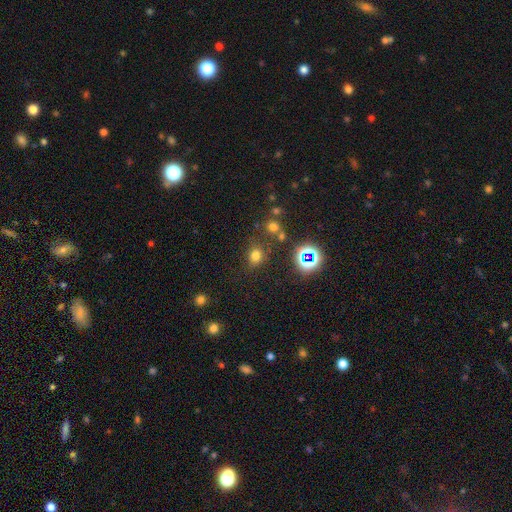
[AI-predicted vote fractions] This is likely a smooth galaxy (69%). How rounded: likely round (68%). Merging: likely none (76%).